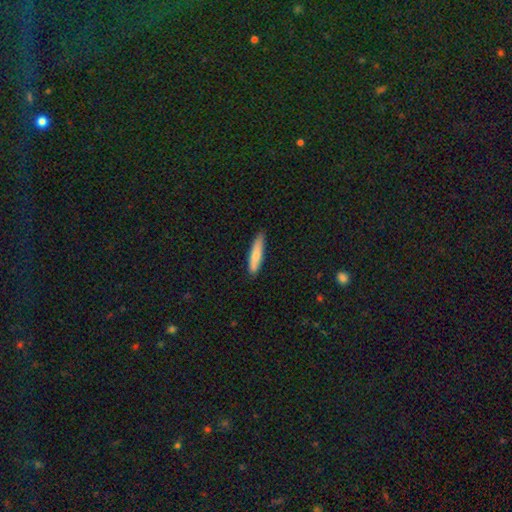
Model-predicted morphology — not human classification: A smooth galaxy with no disk features (77%) that is cigar-shaped (83%). Merging: none (81%).